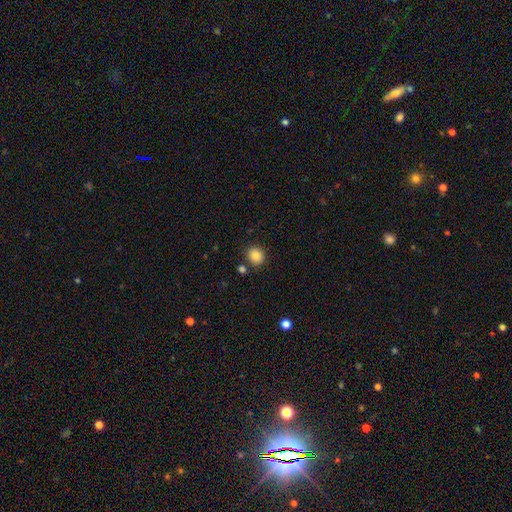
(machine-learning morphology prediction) type=smooth (86%); roundness=round (74%); merging=none (82%).